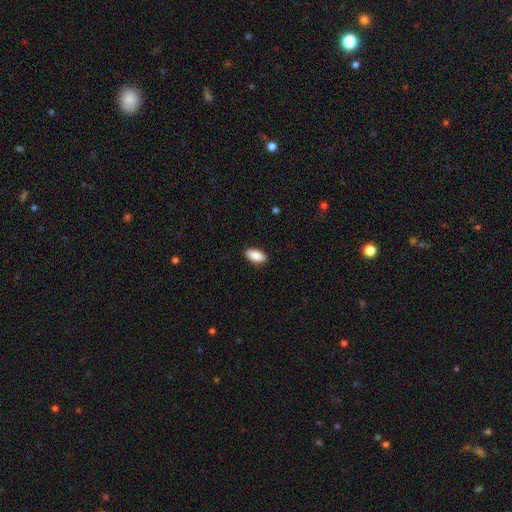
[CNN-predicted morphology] smooth 89%, star or artifact 6%, featured or disk 5%. Down the decision tree: how rounded — in between (90%); merging — none (89%).